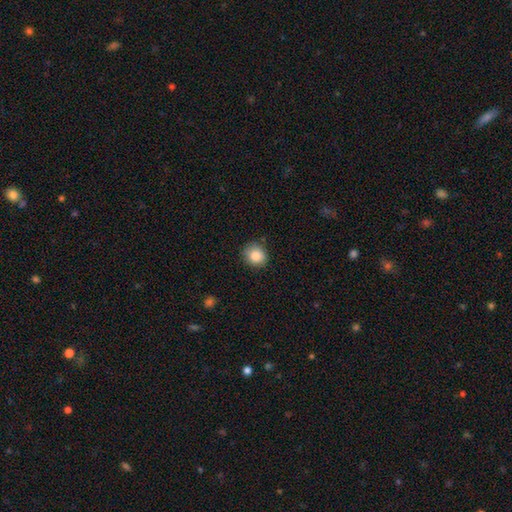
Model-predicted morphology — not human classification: smooth_or_featured: smooth (p=0.85) [alt: star or artifact p=0.09]
how_rounded: round (p=0.82) [alt: in between p=0.18]
merging: none (p=0.84) [alt: minor disturbance p=0.12]